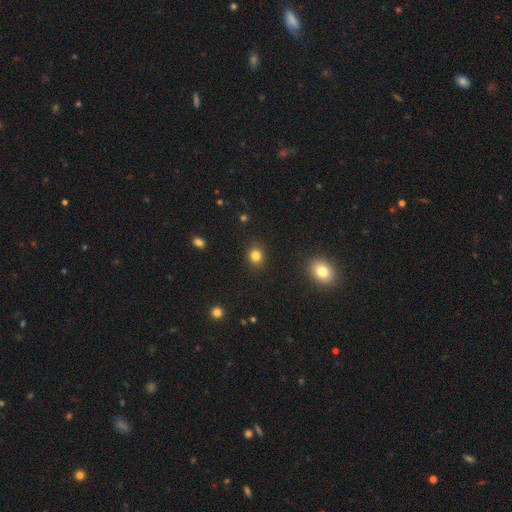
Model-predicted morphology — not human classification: type=smooth (82%); roundness=round (73%); merging=none (89%).